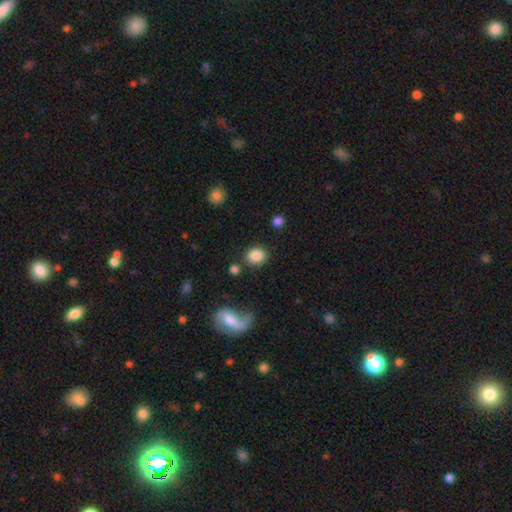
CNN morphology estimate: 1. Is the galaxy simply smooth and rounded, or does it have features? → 84% smooth, 8% star or artifact, 7% featured or disk.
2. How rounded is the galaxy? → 70% round, 28% in between, 1% cigar-shaped.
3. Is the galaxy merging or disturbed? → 79% none, 11% minor disturbance, 6% merger, 5% major disturbance.